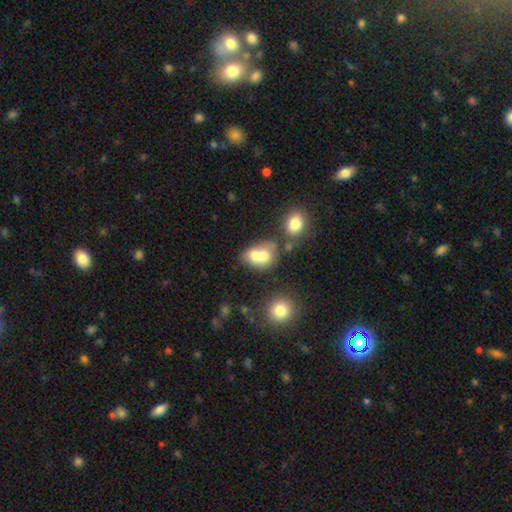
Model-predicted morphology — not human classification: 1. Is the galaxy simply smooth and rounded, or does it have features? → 68% smooth, 21% featured or disk, 11% star or artifact.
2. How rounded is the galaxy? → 50% in between, 49% round, 1% cigar-shaped.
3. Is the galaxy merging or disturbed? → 65% merger, 22% none, 8% minor disturbance, 5% major disturbance.